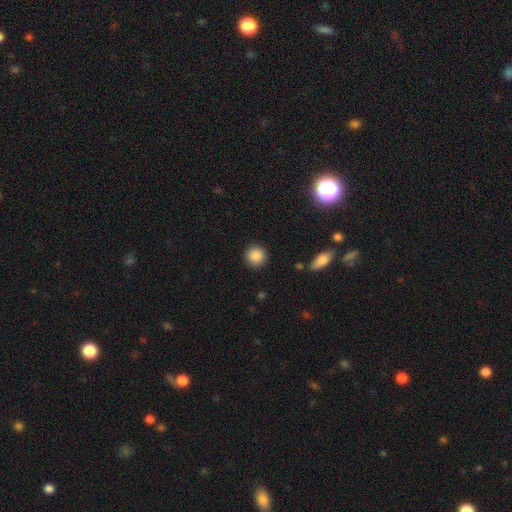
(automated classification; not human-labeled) Smooth or featured? smooth (88%)
How rounded? round (93%)
Merging? none (90%)